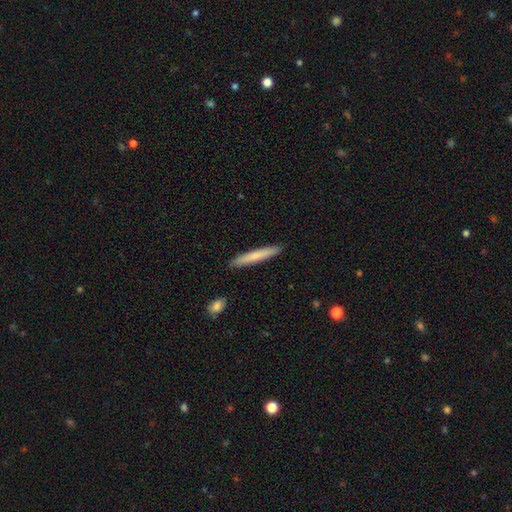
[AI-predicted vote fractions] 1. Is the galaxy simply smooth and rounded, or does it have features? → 73% smooth, 21% featured or disk, 5% star or artifact.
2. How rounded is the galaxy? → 95% cigar-shaped, 3% in between, 1% round.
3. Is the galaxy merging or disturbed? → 92% none, 6% minor disturbance, 1% major disturbance, 1% merger.